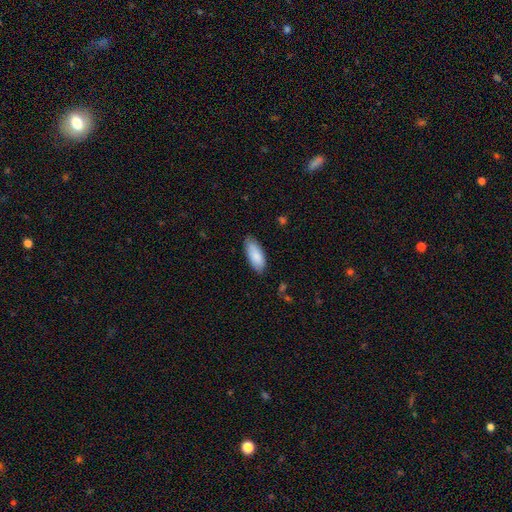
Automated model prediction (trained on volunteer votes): A smooth galaxy with no disk features (86%) that is in between round and cigar-shaped (82%).

Vote fractions:
- Smooth or featured? smooth: 86% / featured or disk: 8% / star or artifact: 6%
- How rounded? in between: 82% / cigar-shaped: 17% / round: 2%
- Merging? none: 80% / minor disturbance: 16% / major disturbance: 3% / merger: 1%